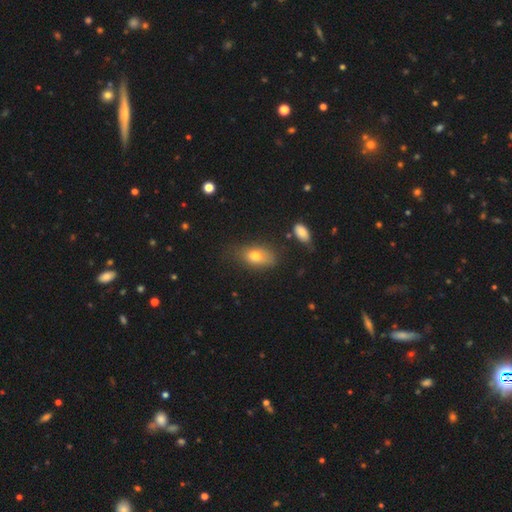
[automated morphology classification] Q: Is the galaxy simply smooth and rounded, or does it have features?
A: smooth — 74%.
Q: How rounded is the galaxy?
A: in between — 85%.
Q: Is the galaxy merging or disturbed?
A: none — 61%.